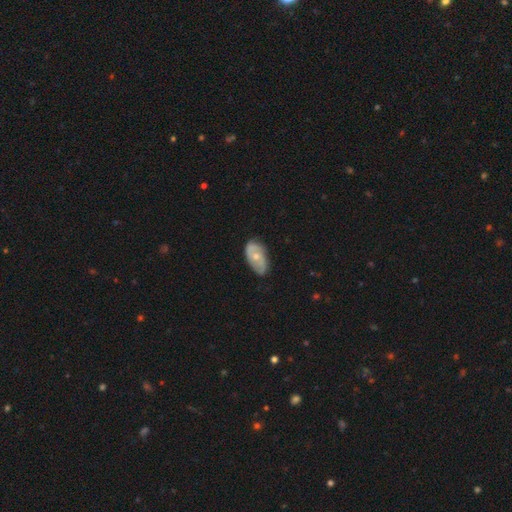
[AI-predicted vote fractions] A featured or disk galaxy (54%) with no bar (71%), spiral arms (70%) and a moderate central bulge (53%).

Vote fractions:
- Smooth or featured? featured or disk: 54% / smooth: 40% / star or artifact: 6%
- Edge-on disk? no: 93% / yes: 7%
- Bar? no: 71% / weak: 24% / strong: 5%
- Spiral arms? yes: 70% / no: 30%
- Bulge size? moderate: 53% / small: 42% / large: 2% / none: 2% / dominant: 1%
- Merging? none: 68% / minor disturbance: 26% / major disturbance: 5% / merger: 1%